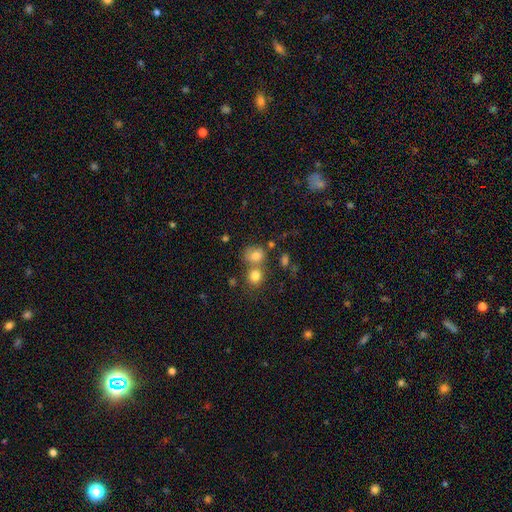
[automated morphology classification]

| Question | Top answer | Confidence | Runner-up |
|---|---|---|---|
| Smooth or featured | smooth | 77% | star or artifact (12%) |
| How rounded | round | 60% | in between (39%) |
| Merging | none | 46% | merger (37%) |